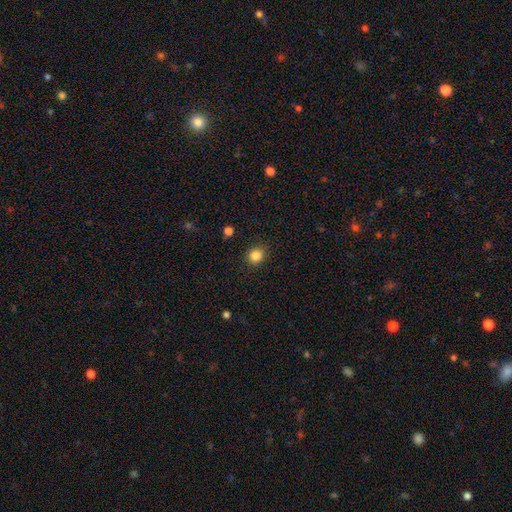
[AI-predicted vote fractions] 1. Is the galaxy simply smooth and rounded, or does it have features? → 84% smooth, 11% star or artifact, 4% featured or disk.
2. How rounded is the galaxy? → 81% round, 18% in between, 1% cigar-shaped.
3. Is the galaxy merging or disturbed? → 88% none, 8% minor disturbance, 2% major disturbance, 1% merger.